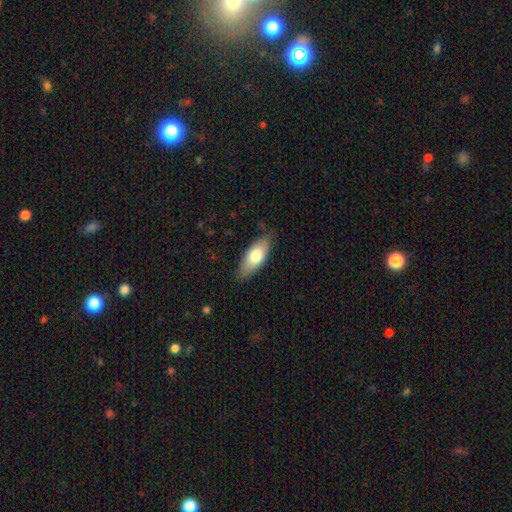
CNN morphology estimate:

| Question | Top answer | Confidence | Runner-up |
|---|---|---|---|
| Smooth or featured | smooth | 71% | featured or disk (23%) |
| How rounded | in between | 79% | cigar-shaped (18%) |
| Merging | none | 82% | minor disturbance (15%) |